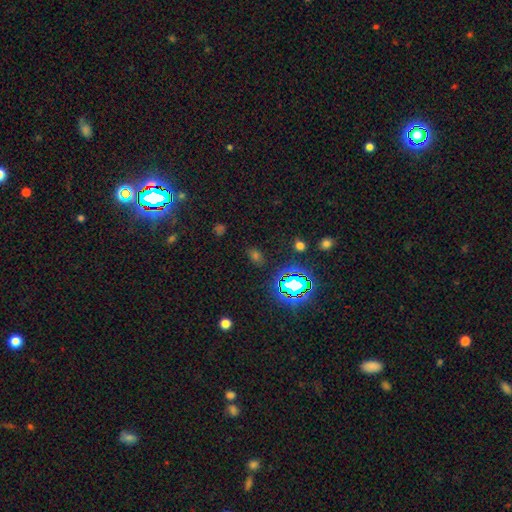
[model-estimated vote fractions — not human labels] star or artifact 58%, smooth 34%, featured or disk 8%.